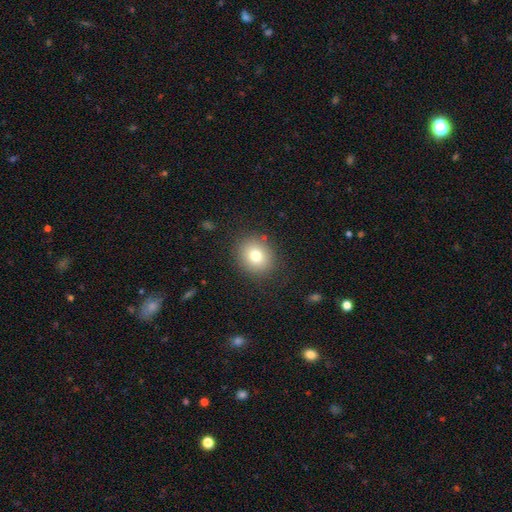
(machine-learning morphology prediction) This appears to be a smooth galaxy with no disk features (77%) that is round (77%). Merging: none (86%).